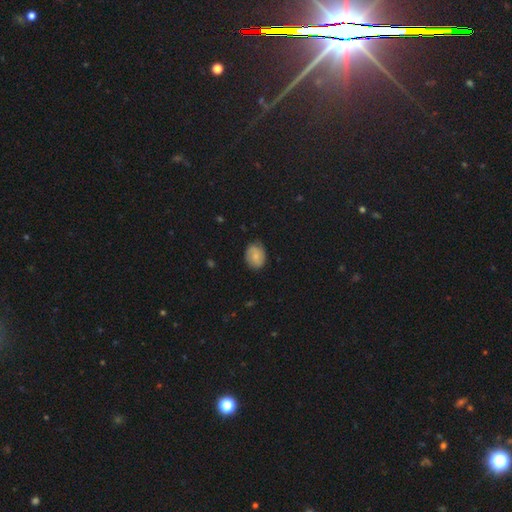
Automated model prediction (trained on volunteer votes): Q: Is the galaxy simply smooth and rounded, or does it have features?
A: smooth — 68%.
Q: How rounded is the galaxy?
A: in between — 55%.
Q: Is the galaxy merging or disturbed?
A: none — 76%.